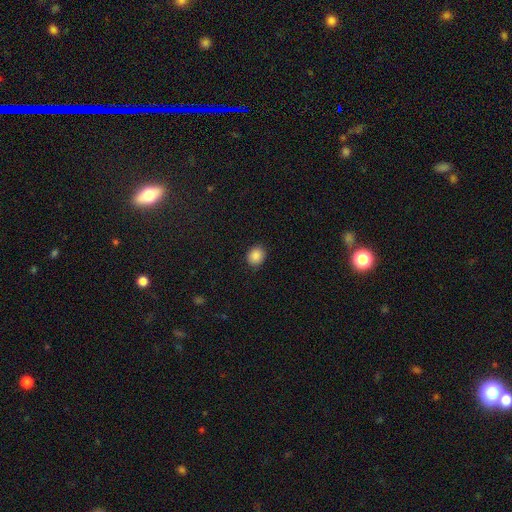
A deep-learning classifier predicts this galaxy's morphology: Overall: smooth (87%). How rounded: round (68%; in between 31%). Merging: none (89%).